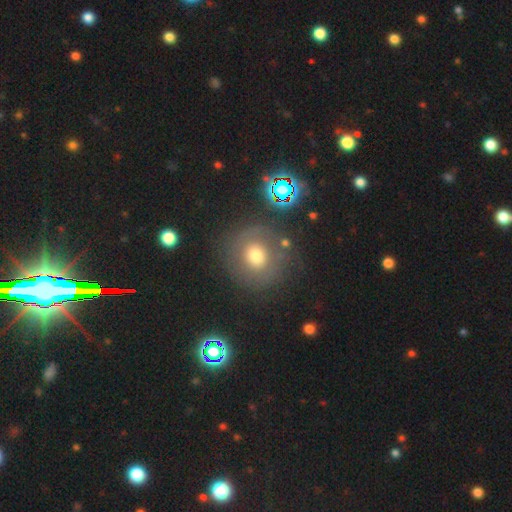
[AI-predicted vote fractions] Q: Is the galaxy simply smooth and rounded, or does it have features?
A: smooth — 57%.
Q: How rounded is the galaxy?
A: round — 89%.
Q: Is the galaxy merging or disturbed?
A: none — 78%.